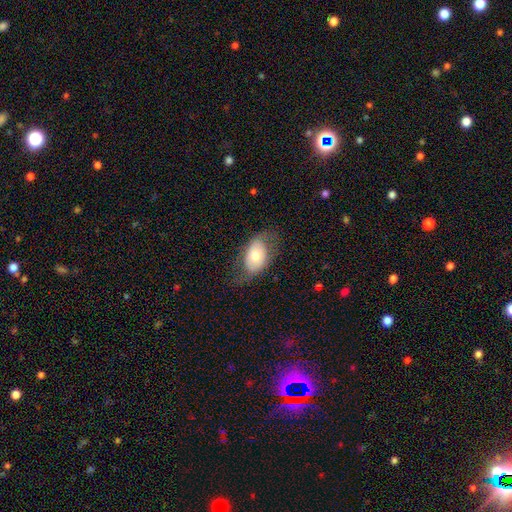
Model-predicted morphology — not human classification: smooth 60%, featured or disk 34%, star or artifact 7%. Down the decision tree: how rounded — in between (89%); merging — none (62%).